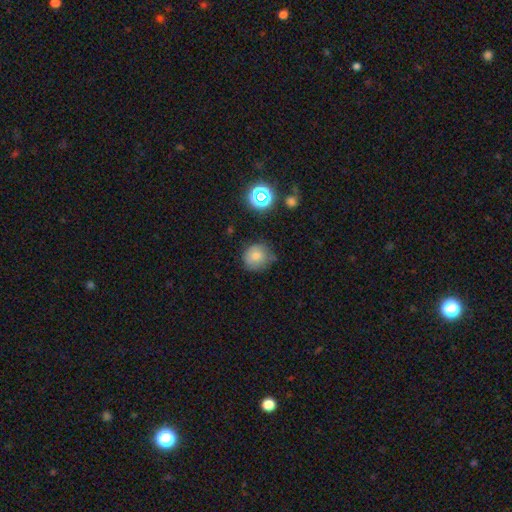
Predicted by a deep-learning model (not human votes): This appears to be a smooth galaxy with no disk features (75%) that is round (85%). Merging: none (65%).